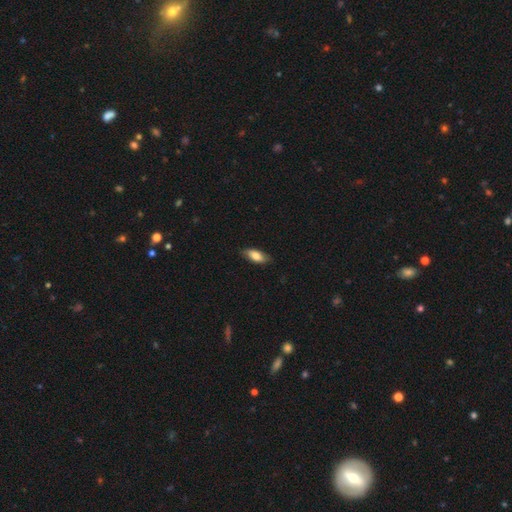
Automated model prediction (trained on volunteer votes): A smooth galaxy with no disk features (80%) that is in between round and cigar-shaped (82%).

Vote fractions:
- Smooth or featured? smooth: 80% / featured or disk: 14% / star or artifact: 6%
- How rounded? in between: 82% / cigar-shaped: 15% / round: 2%
- Merging? none: 82% / minor disturbance: 15% / major disturbance: 2% / merger: 1%